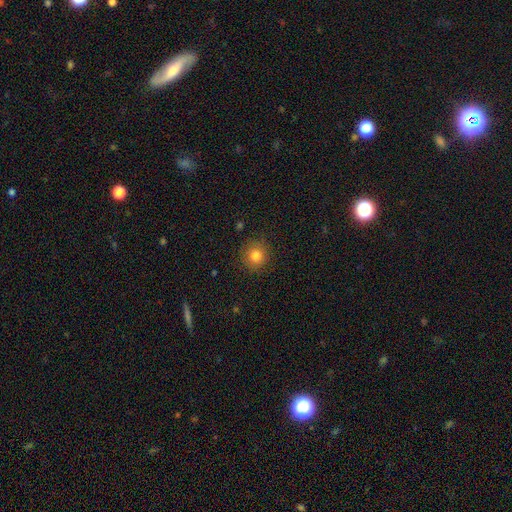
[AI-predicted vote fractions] Overall: smooth (82%). How rounded: round (92%). Merging: none (89%).